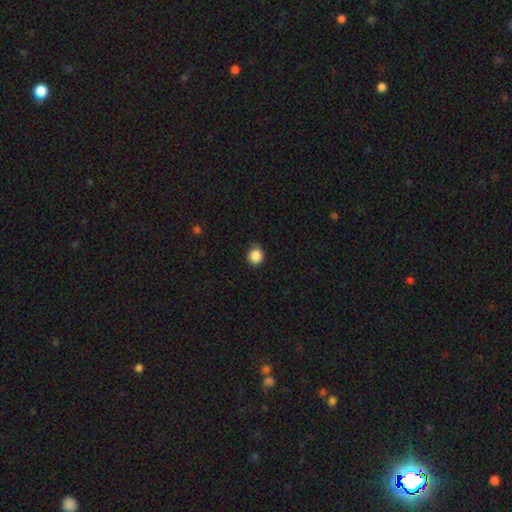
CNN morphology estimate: Overall: smooth (87%). How rounded: round (89%). Merging: none (78%).